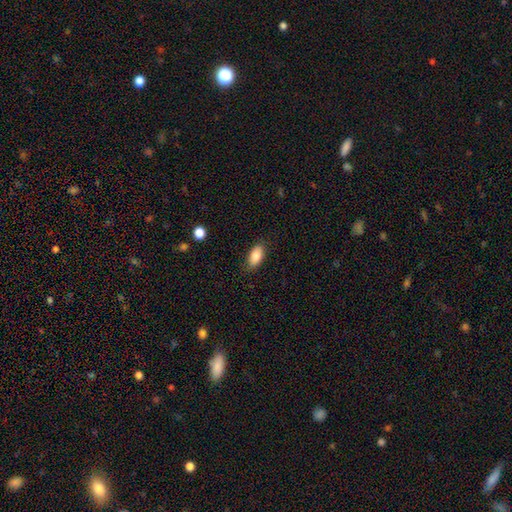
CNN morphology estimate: Smooth or featured? smooth (84%)
How rounded? in between (90%)
Merging? none (83%)